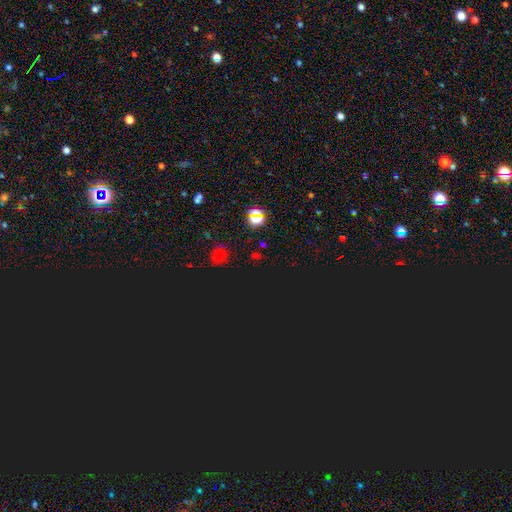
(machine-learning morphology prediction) The model was most divided on "smooth or featured": star or artifact: 71%, smooth: 22%, featured or disk: 6%.